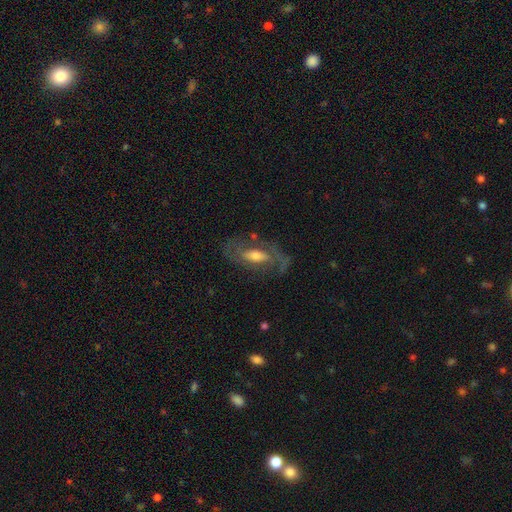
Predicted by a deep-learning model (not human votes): Smooth or featured? featured or disk (77%)
Edge-on disk? no (89%)
Bar? no (41%)
Spiral arms? yes (85%)
Spiral winding? medium (47%)
Spiral arm count? 2 (74%)
Bulge size? moderate (59%)
Merging? none (65%)